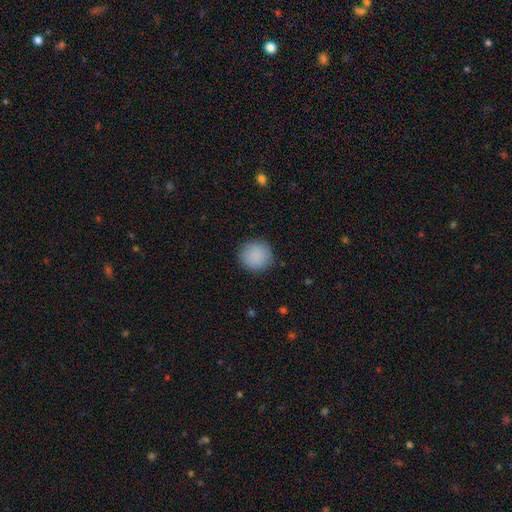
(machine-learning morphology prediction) A smooth galaxy with no disk features (89%) that is round (93%). Merging: none (87%).